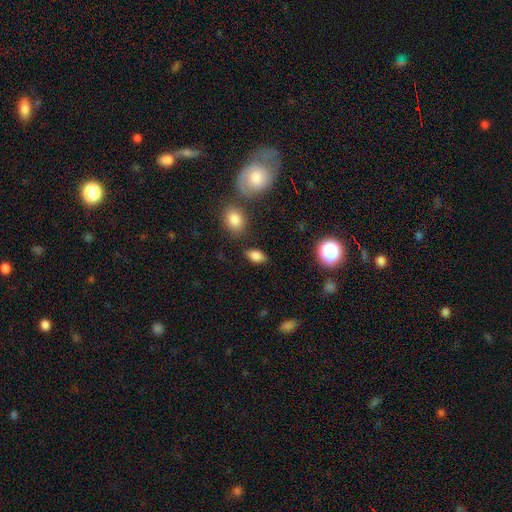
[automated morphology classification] Smooth or featured?
  - smooth: 80% *
  - star or artifact: 10%
  - featured or disk: 10%
How rounded?
  - in between: 87% *
  - round: 8%
  - cigar-shaped: 4%
Merging?
  - none: 79% *
  - minor disturbance: 14%
  - major disturbance: 4%
  - merger: 3%